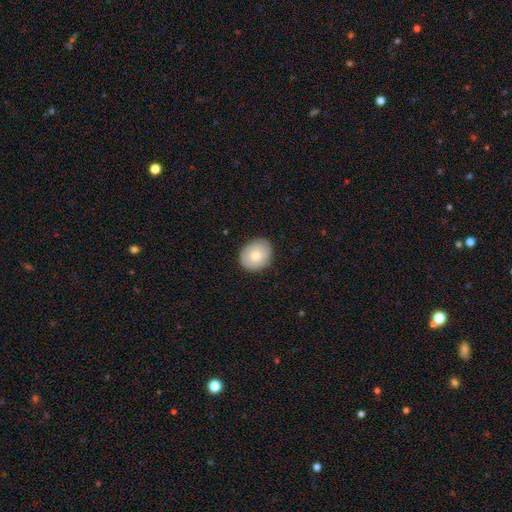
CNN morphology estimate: Overall: smooth (75%). How rounded: round (58%; in between 41%). Merging: none (86%).